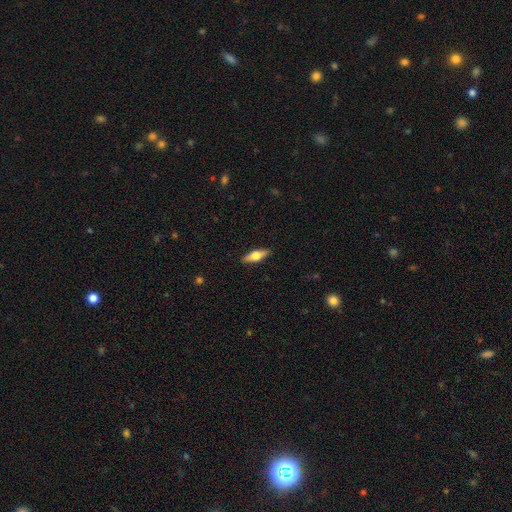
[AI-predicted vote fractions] Smooth or featured?
  - smooth: 53% *
  - featured or disk: 41%
  - star or artifact: 6%
How rounded?
  - in between: 55% *
  - cigar-shaped: 42%
  - round: 3%
Merging?
  - none: 89% *
  - minor disturbance: 8%
  - major disturbance: 2%
  - merger: 1%